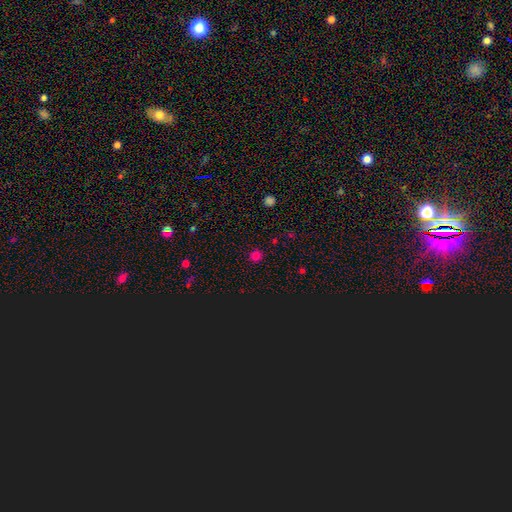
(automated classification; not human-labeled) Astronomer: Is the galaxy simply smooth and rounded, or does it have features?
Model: smooth — 74%.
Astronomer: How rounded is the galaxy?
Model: round — 91%.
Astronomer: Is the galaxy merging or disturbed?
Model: none — 90%.